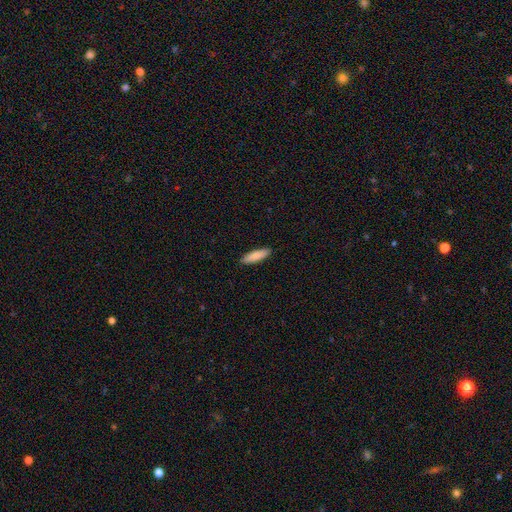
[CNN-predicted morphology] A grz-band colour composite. It shows a smooth galaxy with no disk features (83%) that is cigar-shaped (64%). Merging: none (91%).